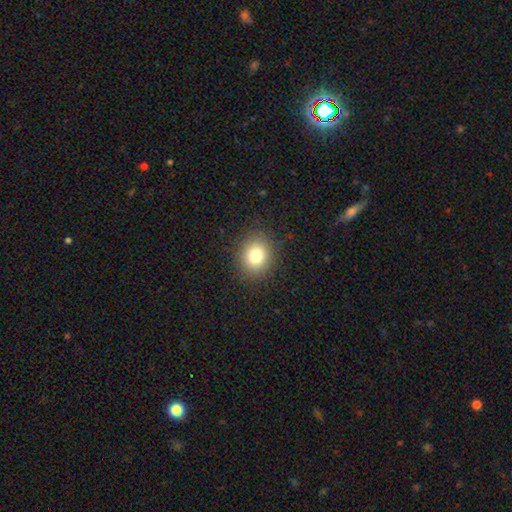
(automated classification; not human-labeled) A smooth galaxy with no disk features (80%) that is round (70%). Merging: none (89%).